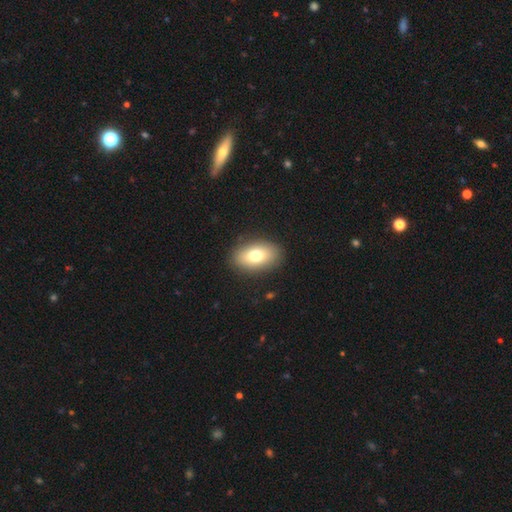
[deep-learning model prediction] smooth-or-featured: smooth: 76% | featured or disk: 16% | star or artifact: 8%
  how-rounded: in between: 89% | round: 9% | cigar-shaped: 2%
  merging: none: 88% | minor disturbance: 8% | major disturbance: 3% | merger: 1%